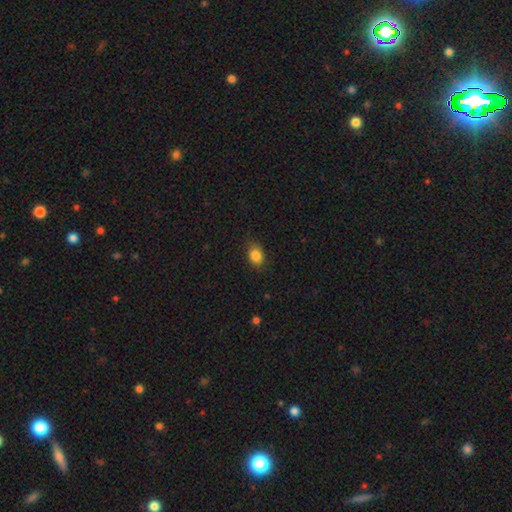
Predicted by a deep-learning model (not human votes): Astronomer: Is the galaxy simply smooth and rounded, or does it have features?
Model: smooth — 85%.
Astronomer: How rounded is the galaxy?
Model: in between — 71%.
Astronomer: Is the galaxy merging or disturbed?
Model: none — 80%.